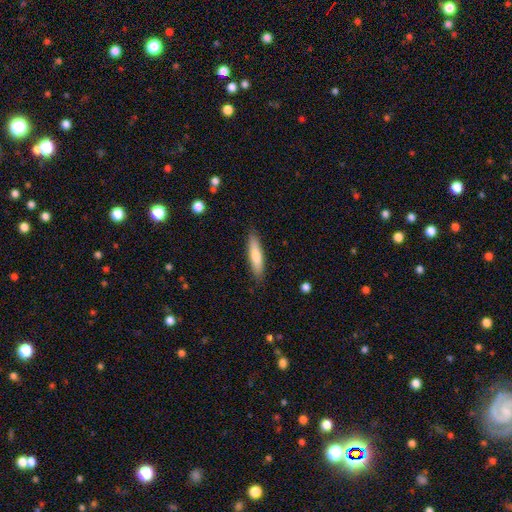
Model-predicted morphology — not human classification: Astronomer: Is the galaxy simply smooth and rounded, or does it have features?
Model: smooth — 74%.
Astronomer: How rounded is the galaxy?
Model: cigar-shaped — 77%.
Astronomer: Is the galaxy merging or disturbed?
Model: none — 88%.